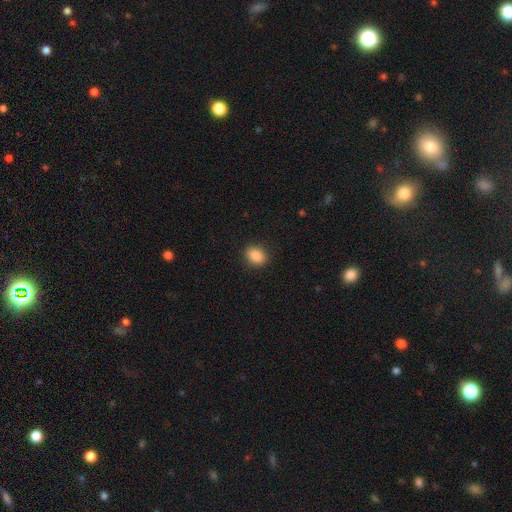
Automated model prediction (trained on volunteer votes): Q: Smooth or featured?
A: smooth (87%); runner-up: star or artifact (9%)
Q: How rounded?
A: in between (54%); runner-up: round (45%)
Q: Merging?
A: none (89%); runner-up: minor disturbance (7%)